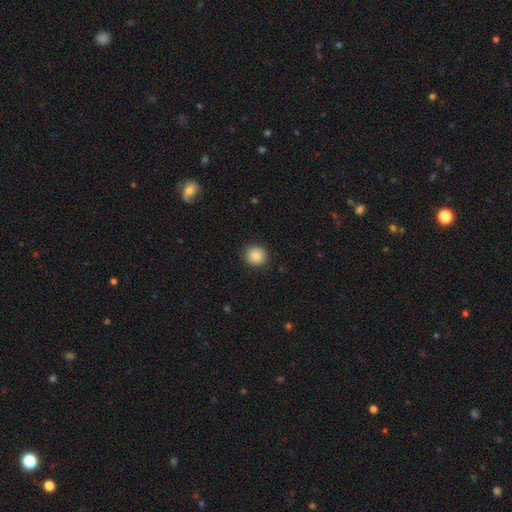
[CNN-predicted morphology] Smooth or featured?
  - smooth: 87% *
  - star or artifact: 9%
  - featured or disk: 4%
How rounded?
  - round: 88% *
  - in between: 11%
  - cigar-shaped: 1%
Merging?
  - none: 89% *
  - minor disturbance: 8%
  - major disturbance: 2%
  - merger: 1%